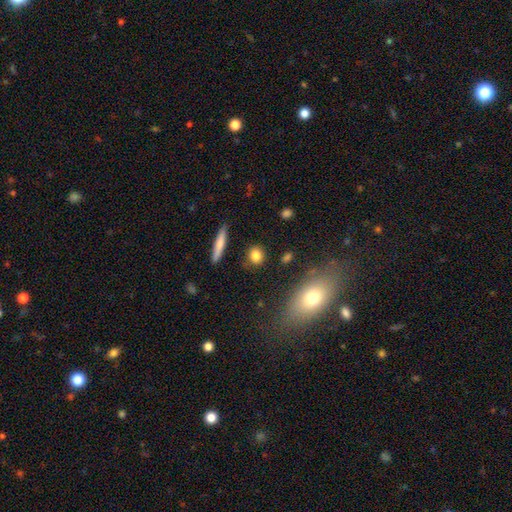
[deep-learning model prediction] A smooth galaxy with no disk features (82%) that is round (71%).

Vote fractions:
- Smooth or featured? smooth: 82% / star or artifact: 10% / featured or disk: 8%
- How rounded? round: 71% / in between: 22% / cigar-shaped: 6%
- Merging? none: 85% / minor disturbance: 9% / major disturbance: 3% / merger: 3%